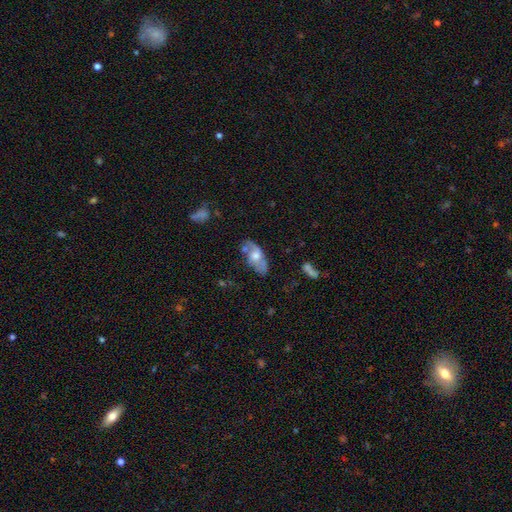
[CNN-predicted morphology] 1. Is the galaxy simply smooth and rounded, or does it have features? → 50% featured or disk, 43% smooth, 7% star or artifact.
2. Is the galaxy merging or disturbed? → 55% none, 27% minor disturbance, 11% major disturbance, 8% merger.